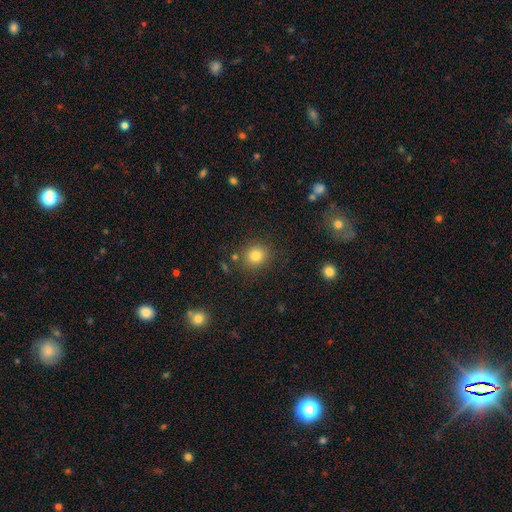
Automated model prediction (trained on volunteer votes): Smooth or featured? Predicted: smooth (p=0.82). How rounded? Predicted: round (p=0.83). Merging? Predicted: none (p=0.84).